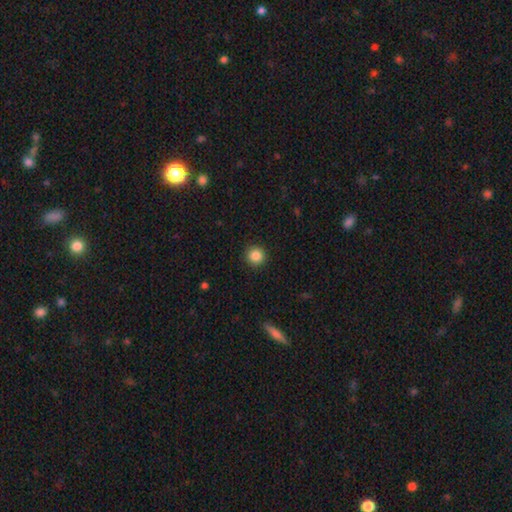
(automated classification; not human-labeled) This is clearly a smooth galaxy (86%). How rounded: clearly round (95%). Merging: clearly none (92%).